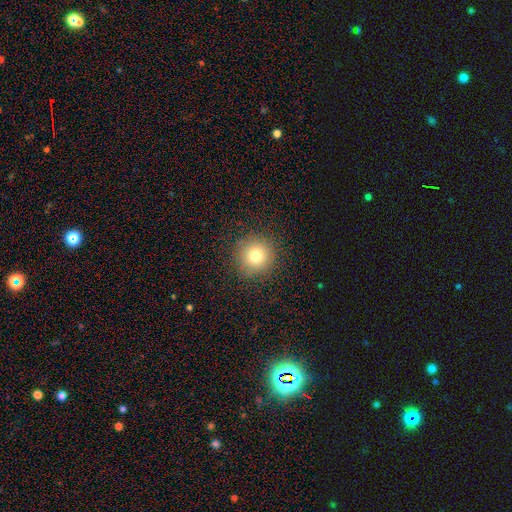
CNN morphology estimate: type=smooth (76%); roundness=round (95%); merging=none (90%).